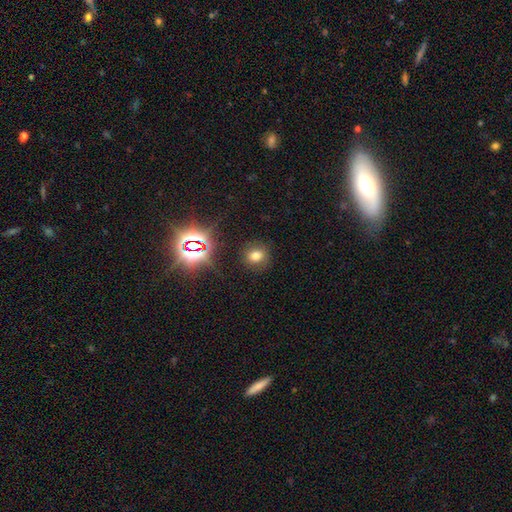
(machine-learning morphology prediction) smooth_or_featured: smooth (p=0.69) [alt: star or artifact p=0.23]
how_rounded: round (p=0.71) [alt: in between p=0.28]
merging: none (p=0.84) [alt: minor disturbance p=0.10]